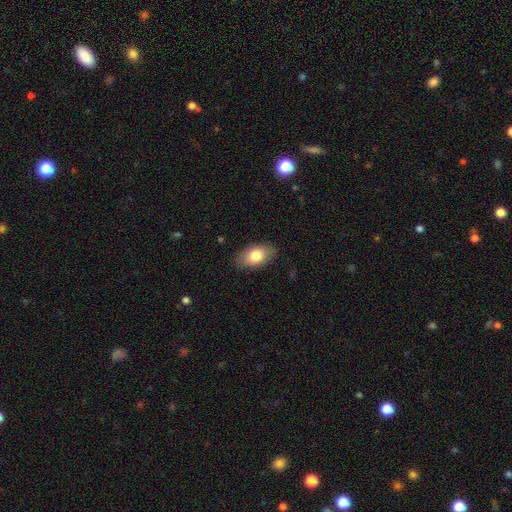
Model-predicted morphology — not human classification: smooth 78%, featured or disk 15%, star or artifact 7%. Down the decision tree: how rounded — in between (92%); merging — none (86%).